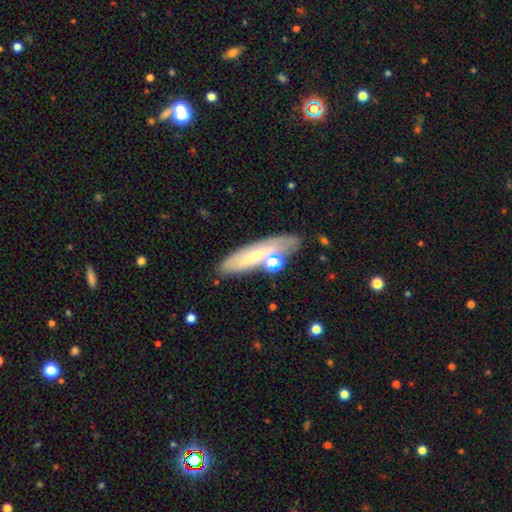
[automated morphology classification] type=smooth (48%); merging=none (72%).